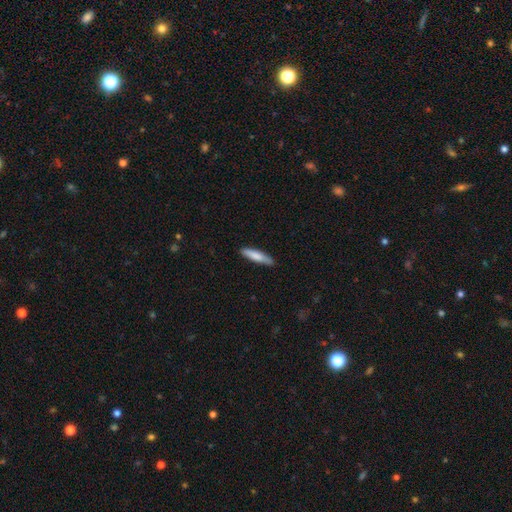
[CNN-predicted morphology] Smooth or featured? smooth (78%)
How rounded? cigar-shaped (84%)
Merging? none (87%)